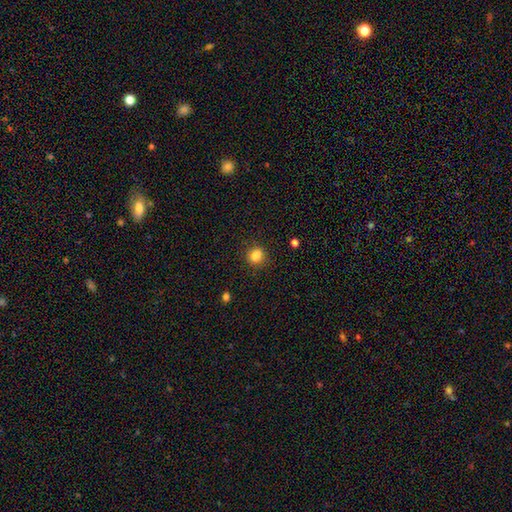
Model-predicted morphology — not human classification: smooth-or-featured: smooth: 80% | star or artifact: 12% | featured or disk: 8%
  how-rounded: round: 66% | in between: 33% | cigar-shaped: 1%
  merging: none: 67% | merger: 15% | minor disturbance: 14% | major disturbance: 4%